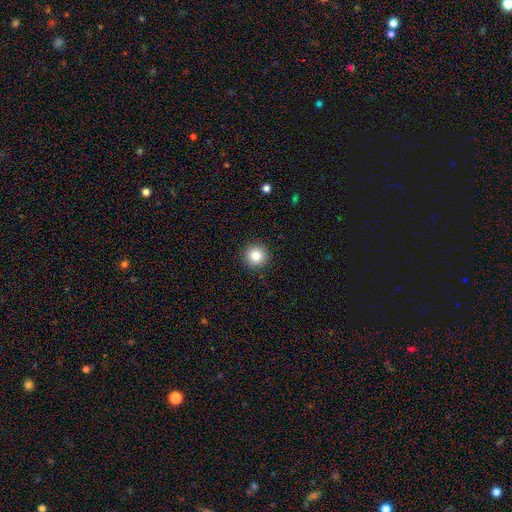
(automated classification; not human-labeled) A smooth galaxy with no disk features (82%) that is round (96%).

Vote fractions:
- Smooth or featured? smooth: 82% / star or artifact: 11% / featured or disk: 7%
- How rounded? round: 96% / in between: 3% / cigar-shaped: 1%
- Merging? none: 93% / minor disturbance: 5% / major disturbance: 2% / merger: 1%